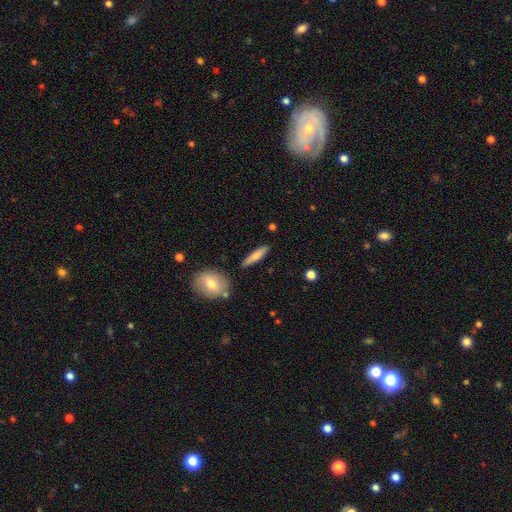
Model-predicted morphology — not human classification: A smooth galaxy with no disk features (72%) that is cigar-shaped (81%). Merging: none (86%).